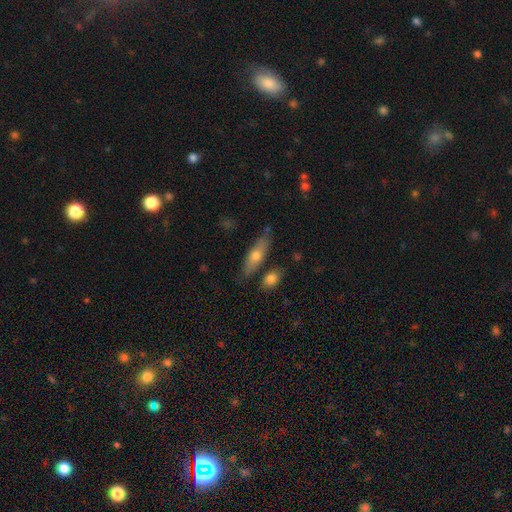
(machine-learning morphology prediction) A smooth galaxy with no disk features (61%) that is cigar-shaped (53%). Merging: none (73%).